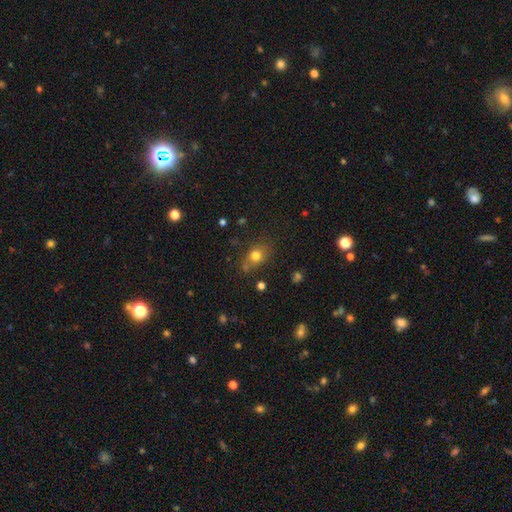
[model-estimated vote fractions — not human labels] The model was most divided on "how rounded": round: 58%, in between: 41%, cigar-shaped: 2%. More confident: smooth or featured — smooth (76%); merging — none (68%).